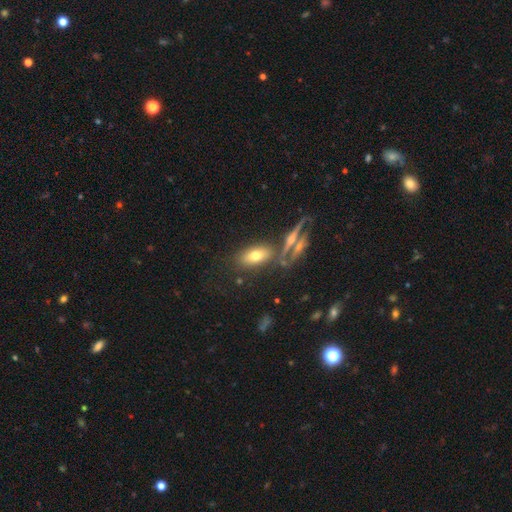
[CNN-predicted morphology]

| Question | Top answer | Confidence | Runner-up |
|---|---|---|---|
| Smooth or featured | smooth | 64% | featured or disk (24%) |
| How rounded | in between | 85% | cigar-shaped (10%) |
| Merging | none | 68% | merger (14%) |